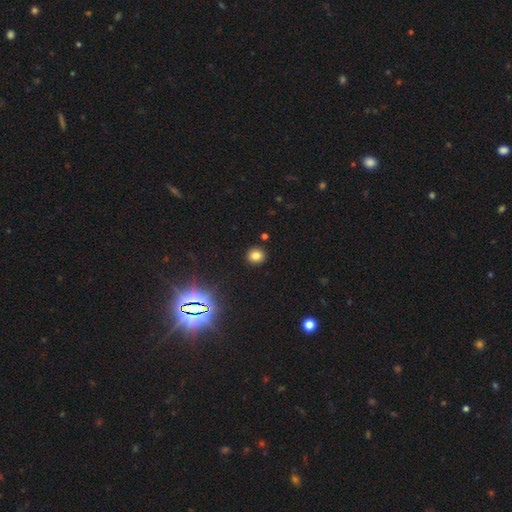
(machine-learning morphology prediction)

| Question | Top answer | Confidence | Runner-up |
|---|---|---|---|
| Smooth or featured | smooth | 77% | star or artifact (17%) |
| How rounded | round | 88% | in between (11%) |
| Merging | none | 91% | minor disturbance (5%) |